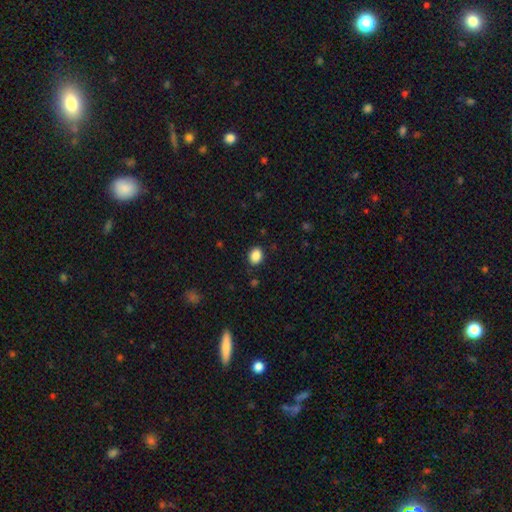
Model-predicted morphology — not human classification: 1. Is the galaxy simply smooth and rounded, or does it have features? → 88% smooth, 9% star or artifact, 3% featured or disk.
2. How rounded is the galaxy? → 58% in between, 41% round, 1% cigar-shaped.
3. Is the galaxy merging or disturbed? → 87% none, 9% minor disturbance, 2% major disturbance, 1% merger.